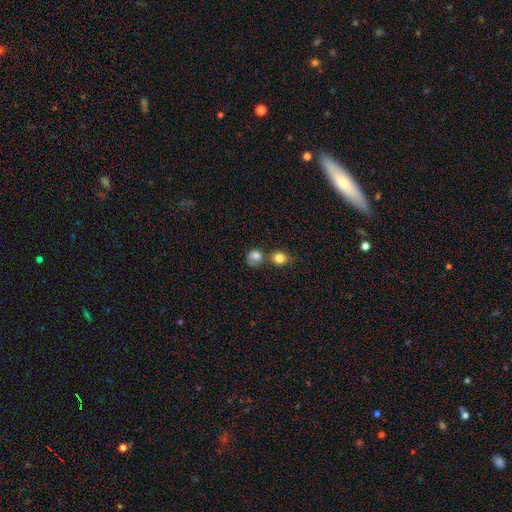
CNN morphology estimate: This is likely a smooth galaxy (80%). How rounded: likely round (76%). Merging: possibly none (45%).